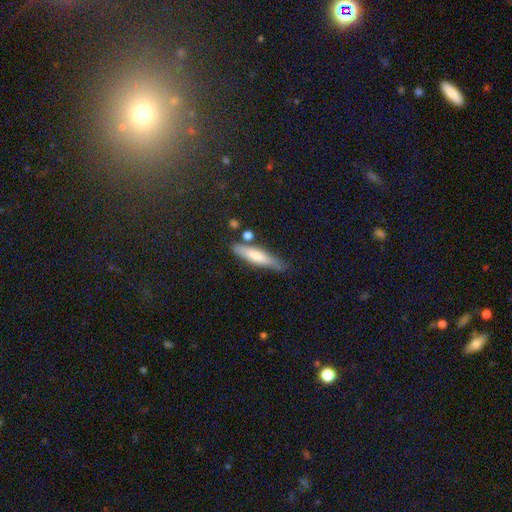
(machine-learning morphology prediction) A smooth galaxy with no disk features (67%) that is cigar-shaped (80%). Merging: none (71%).